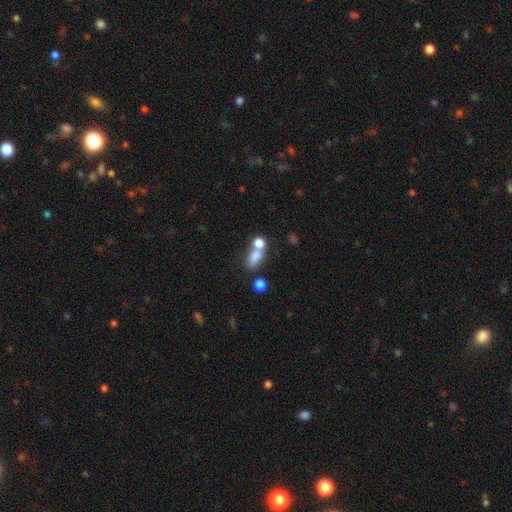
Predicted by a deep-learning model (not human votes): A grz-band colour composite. It shows a smooth galaxy with no disk features (74%) that is in between round and cigar-shaped (66%). Merging: merger (45%).